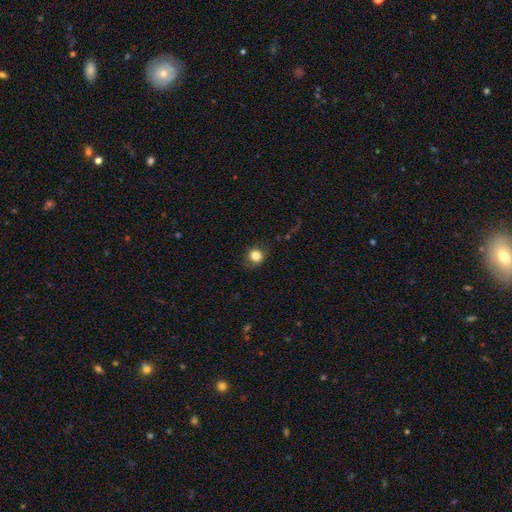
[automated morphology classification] smooth-or-featured: smooth: 83% | star or artifact: 10% | featured or disk: 7%
  how-rounded: round: 79% | in between: 20% | cigar-shaped: 1%
  merging: none: 78% | minor disturbance: 16% | major disturbance: 6% | merger: 1%